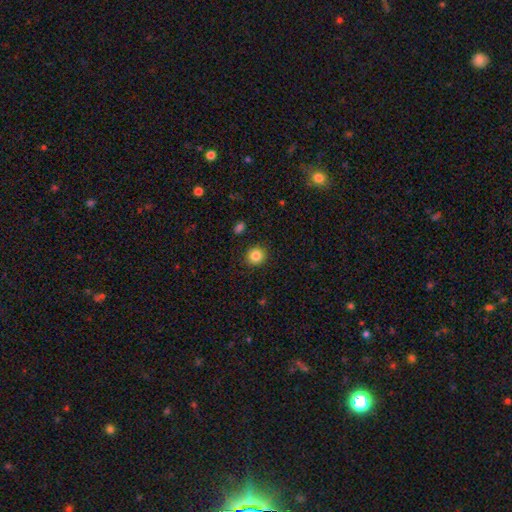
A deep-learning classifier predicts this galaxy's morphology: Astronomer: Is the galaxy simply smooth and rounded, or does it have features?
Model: smooth — 85%.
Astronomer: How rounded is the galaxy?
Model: round — 91%.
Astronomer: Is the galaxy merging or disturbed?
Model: none — 91%.